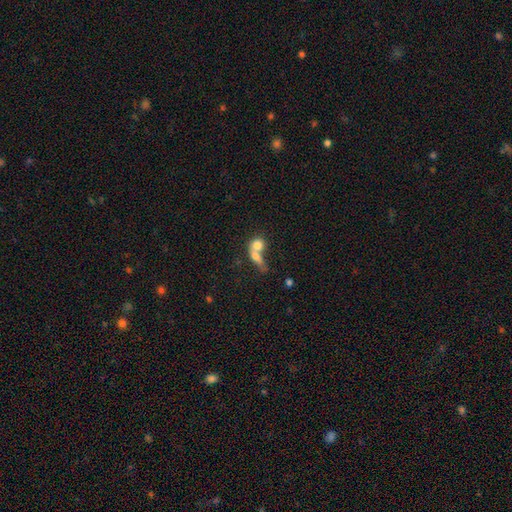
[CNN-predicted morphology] Smooth or featured? Predicted: smooth (p=0.69). How rounded? Predicted: round (p=0.49). Merging? Predicted: merger (p=0.69).